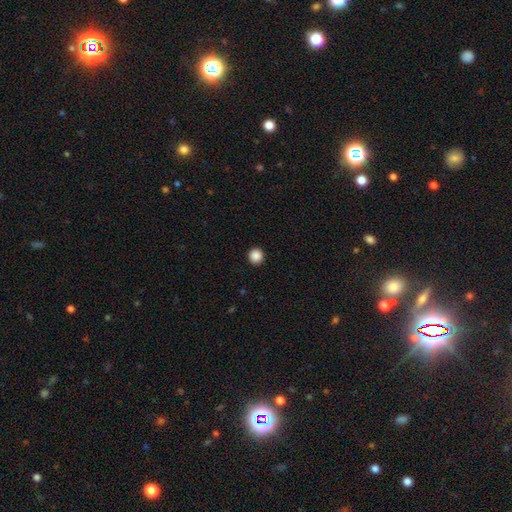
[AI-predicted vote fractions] Smooth or featured? smooth (88%)
How rounded? round (94%)
Merging? none (94%)